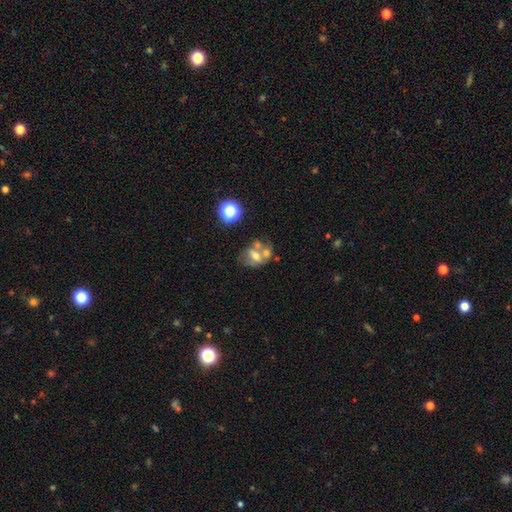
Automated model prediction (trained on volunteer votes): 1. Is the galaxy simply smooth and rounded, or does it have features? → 48% smooth, 37% featured or disk, 14% star or artifact.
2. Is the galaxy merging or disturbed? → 49% merger, 30% none, 12% minor disturbance, 8% major disturbance.